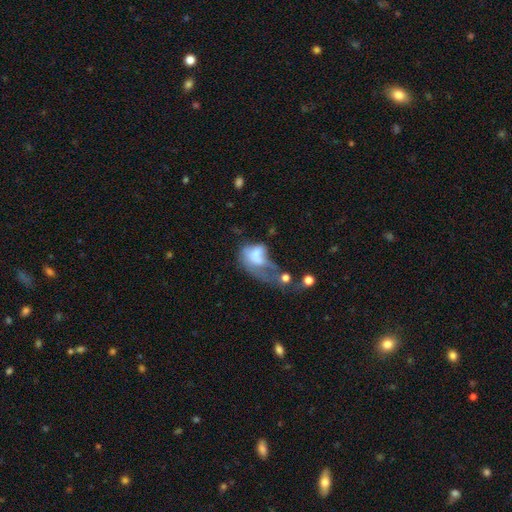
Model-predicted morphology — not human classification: smooth_or_featured: smooth (p=0.56) [alt: featured or disk p=0.34]
how_rounded: in between (p=0.78) [alt: round p=0.19]
merging: major disturbance (p=0.51) [alt: merger p=0.29]